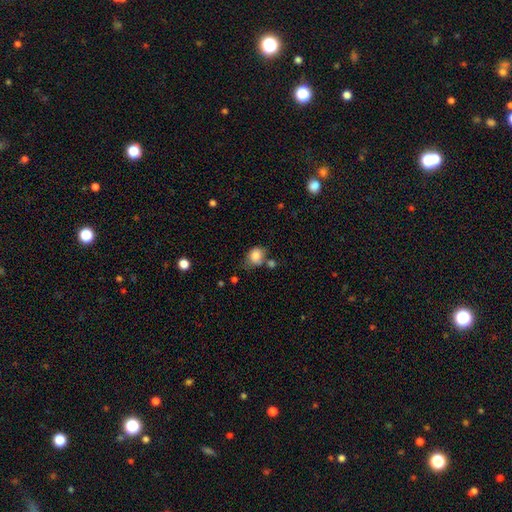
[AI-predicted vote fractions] Overall: smooth (83%). How rounded: in between (50%; round 49%). Merging: none (49%; minor disturbance 27%).